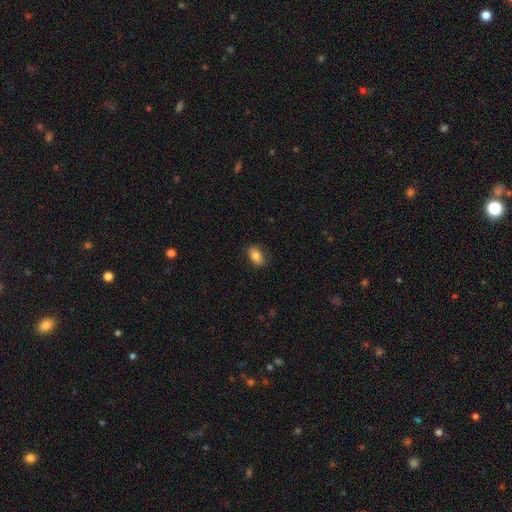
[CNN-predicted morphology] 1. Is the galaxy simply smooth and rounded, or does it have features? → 83% smooth, 9% featured or disk, 8% star or artifact.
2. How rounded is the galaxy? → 88% in between, 10% round, 2% cigar-shaped.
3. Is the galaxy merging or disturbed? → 84% none, 13% minor disturbance, 3% major disturbance, 1% merger.